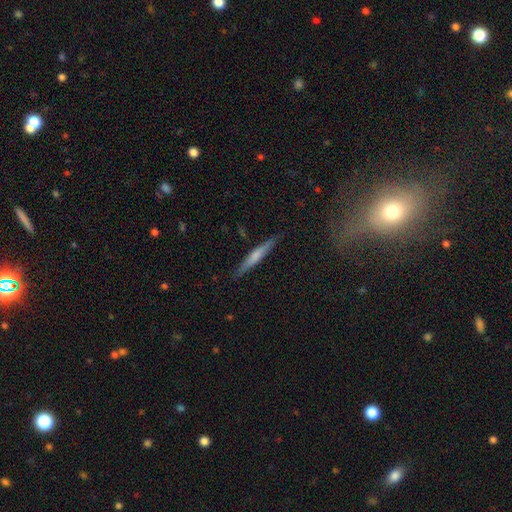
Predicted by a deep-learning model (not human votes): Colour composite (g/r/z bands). It shows a smooth galaxy with no disk features (54%) that is cigar-shaped (95%). Merging: none (87%).